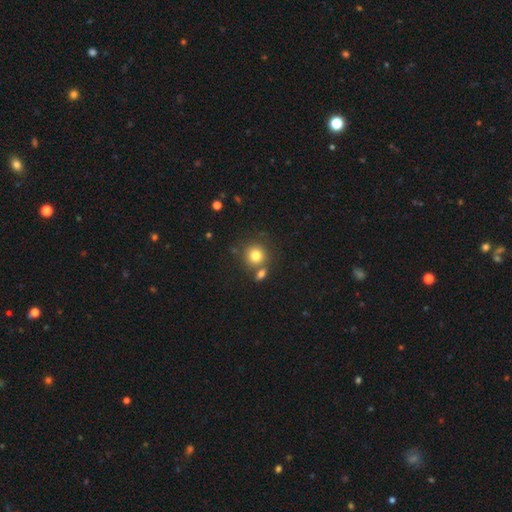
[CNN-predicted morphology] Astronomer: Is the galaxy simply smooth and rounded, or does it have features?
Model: smooth — 79%.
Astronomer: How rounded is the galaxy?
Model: round — 90%.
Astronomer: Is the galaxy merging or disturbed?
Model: none — 66%.